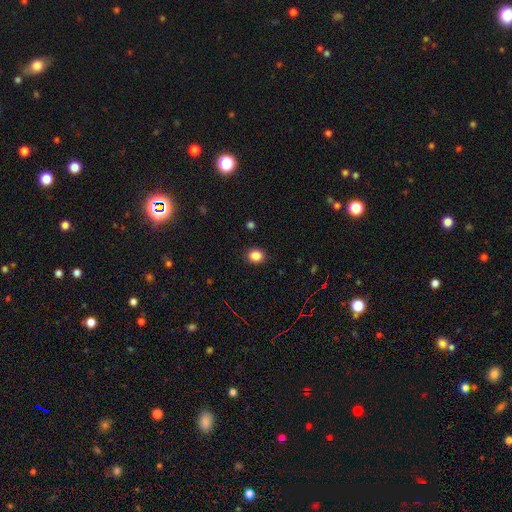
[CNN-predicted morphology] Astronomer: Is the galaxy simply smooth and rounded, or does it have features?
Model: smooth — 86%.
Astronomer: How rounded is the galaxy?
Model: round — 65%.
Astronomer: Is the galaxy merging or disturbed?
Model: none — 89%.